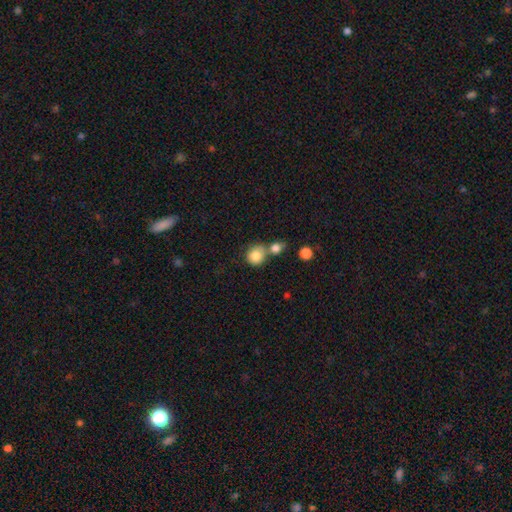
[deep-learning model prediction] smooth-or-featured: smooth: 83% | star or artifact: 9% | featured or disk: 8%
  how-rounded: round: 86% | in between: 13% | cigar-shaped: 1%
  merging: none: 46% | merger: 41% | minor disturbance: 9% | major disturbance: 4%